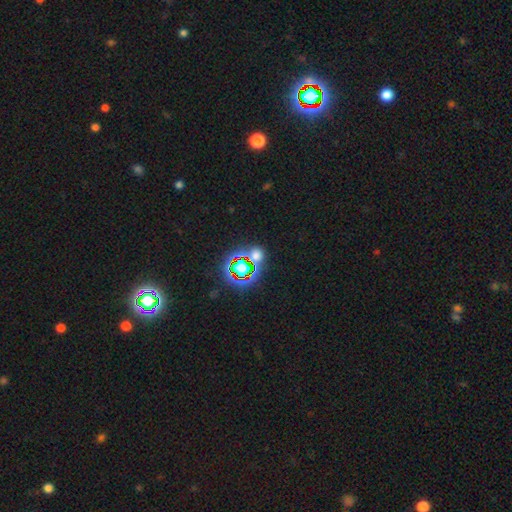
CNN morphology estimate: A star or artifact, not a galaxy (47%).

Vote fractions:
- Smooth or featured? star or artifact: 47% / smooth: 45% / featured or disk: 8%